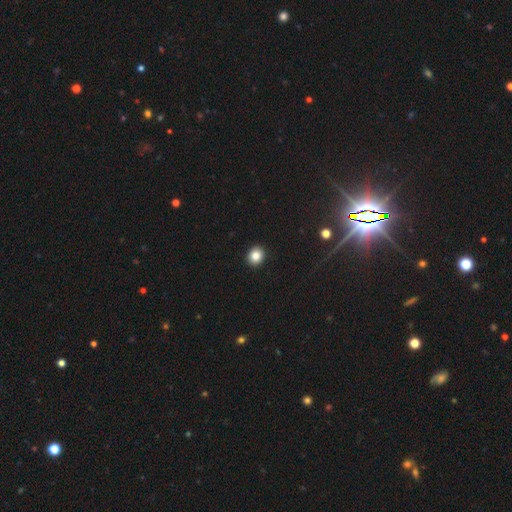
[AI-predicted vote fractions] The model was most divided on "how rounded": round: 72%, in between: 27%, cigar-shaped: 1%. More confident: merging — none (93%); smooth or featured — smooth (84%).